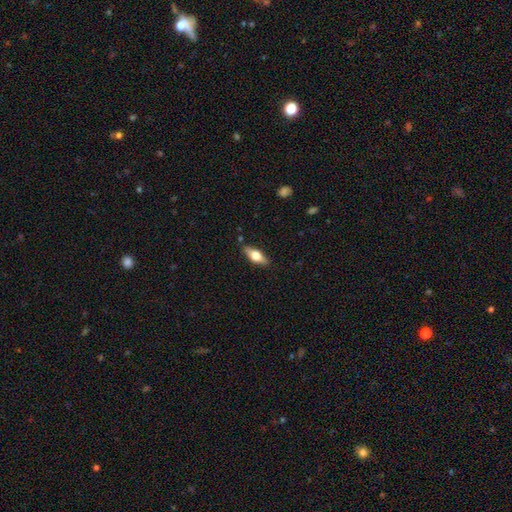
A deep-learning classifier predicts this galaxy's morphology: smooth 50%, featured or disk 44%, star or artifact 6%. Down the decision tree: merging — none (85%).